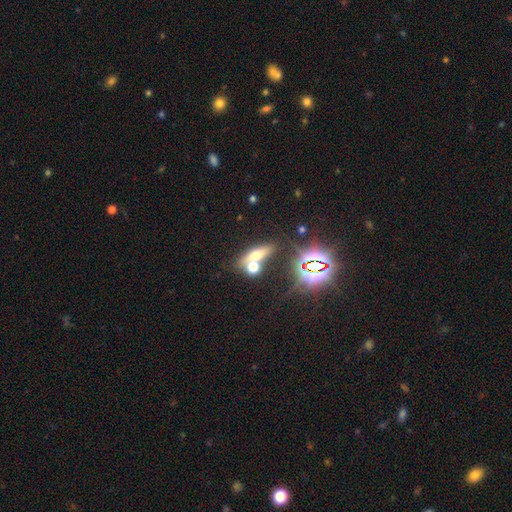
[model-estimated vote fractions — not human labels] smooth 50%, star or artifact 27%, featured or disk 23%. Down the decision tree: how rounded — in between (47%); merging — none (49%).